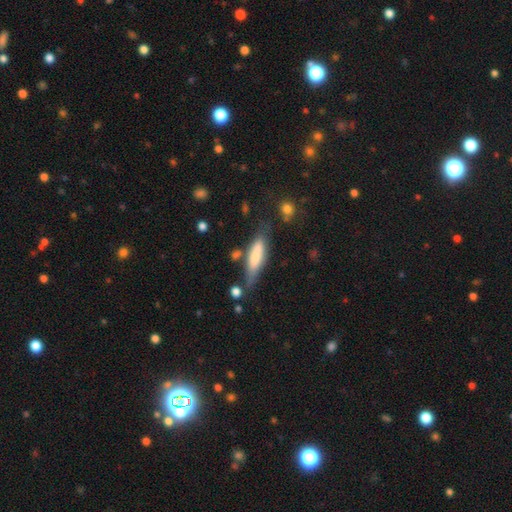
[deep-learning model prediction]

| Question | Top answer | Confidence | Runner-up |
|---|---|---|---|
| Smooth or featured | smooth | 69% | featured or disk (25%) |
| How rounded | cigar-shaped | 65% | in between (34%) |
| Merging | none | 60% | minor disturbance (24%) |